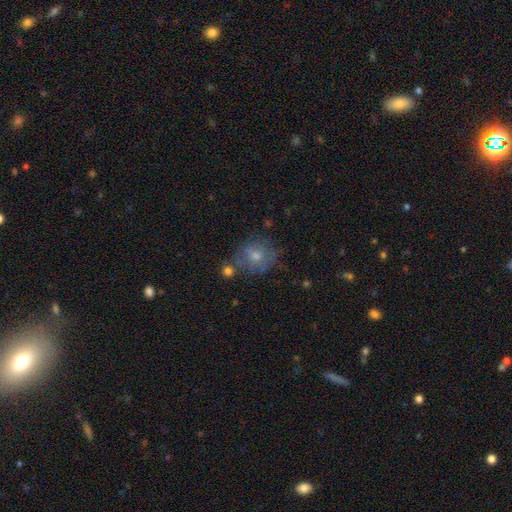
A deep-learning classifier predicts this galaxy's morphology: Overall: smooth (51%; featured or disk 33%). How rounded: round (72%). Merging: none (61%).